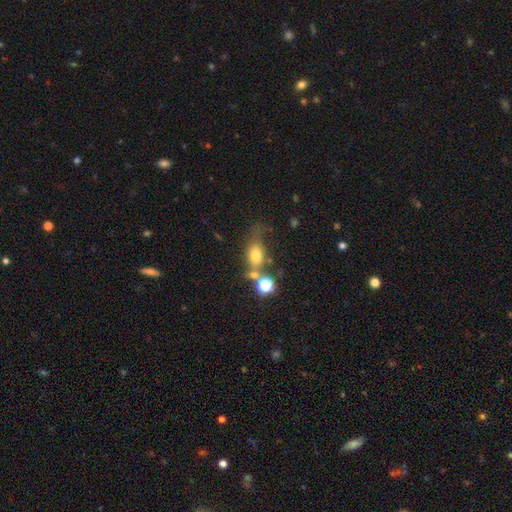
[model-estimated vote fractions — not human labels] Overall: smooth (69%). How rounded: in between (63%; round 34%). Merging: none (42%; merger 26%).